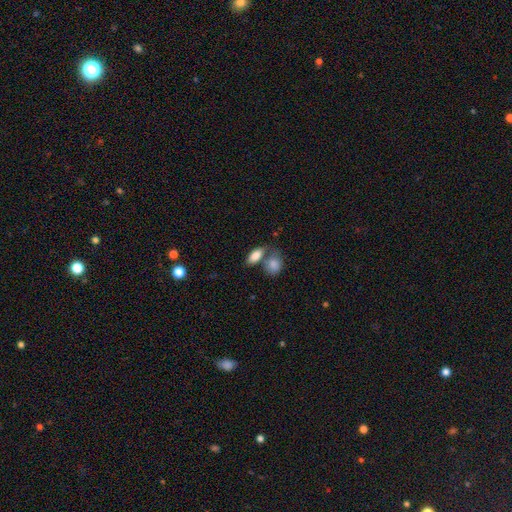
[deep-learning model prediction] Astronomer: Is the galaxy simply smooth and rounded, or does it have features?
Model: smooth — 84%.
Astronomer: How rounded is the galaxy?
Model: in between — 88%.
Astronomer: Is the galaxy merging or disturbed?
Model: none — 43% (runner-up: merger, 41%).